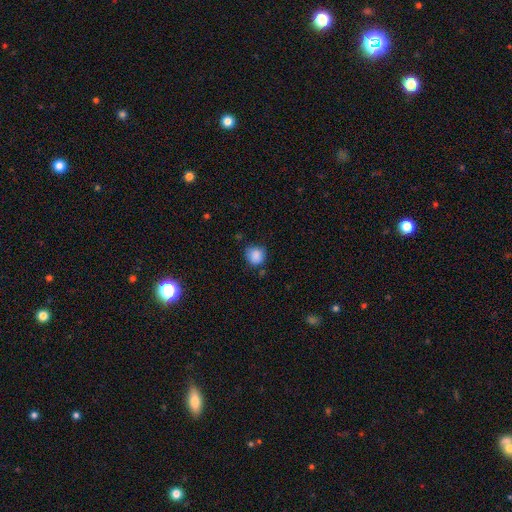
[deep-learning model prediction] This is clearly a smooth galaxy (87%). How rounded: clearly round (83%). Merging: likely none (70%).